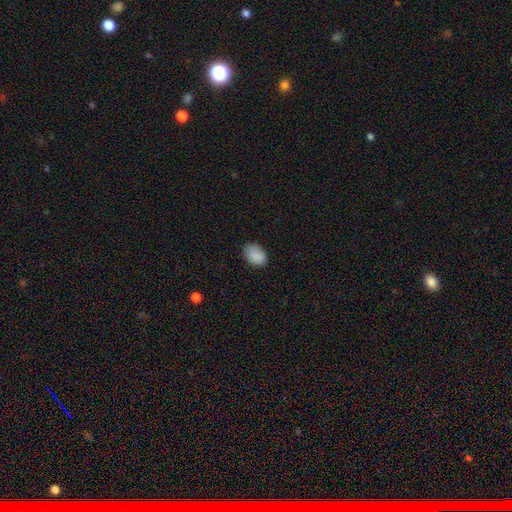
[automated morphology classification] A smooth galaxy with no disk features (88%) that is in between round and cigar-shaped (81%).

Vote fractions:
- Smooth or featured? smooth: 88% / star or artifact: 7% / featured or disk: 4%
- How rounded? in between: 81% / round: 18% / cigar-shaped: 1%
- Merging? none: 78% / minor disturbance: 18% / major disturbance: 3% / merger: 1%